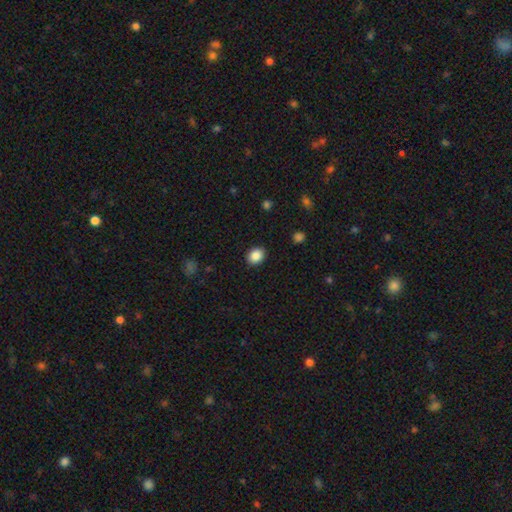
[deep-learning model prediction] A smooth galaxy with no disk features (88%) that is in between round and cigar-shaped (50%). Merging: none (89%).